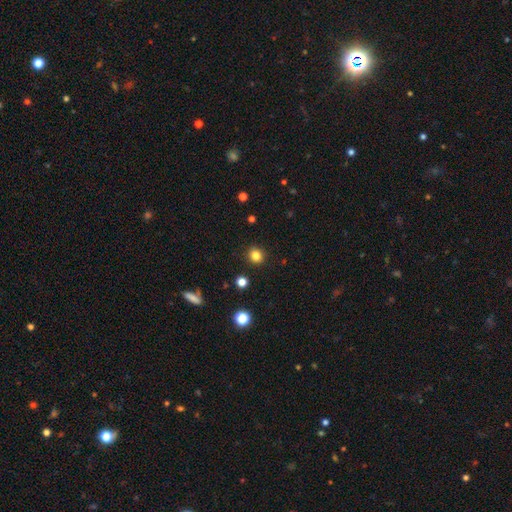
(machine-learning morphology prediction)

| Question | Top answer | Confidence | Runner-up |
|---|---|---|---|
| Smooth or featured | smooth | 82% | star or artifact (13%) |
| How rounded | round | 86% | in between (13%) |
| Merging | none | 90% | minor disturbance (6%) |